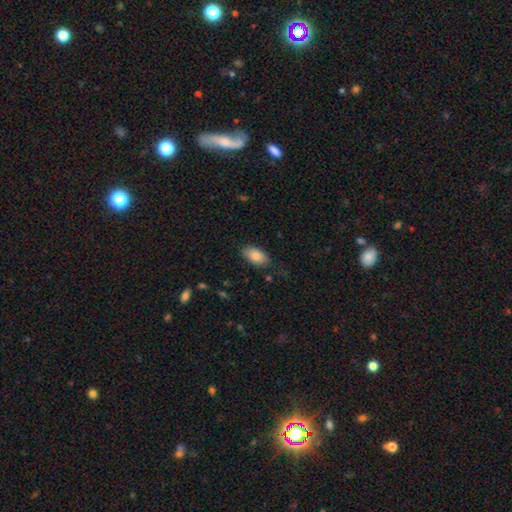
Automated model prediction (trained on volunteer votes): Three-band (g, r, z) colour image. It shows a smooth galaxy with no disk features (87%) that is in between round and cigar-shaped (93%). Merging: none (80%).